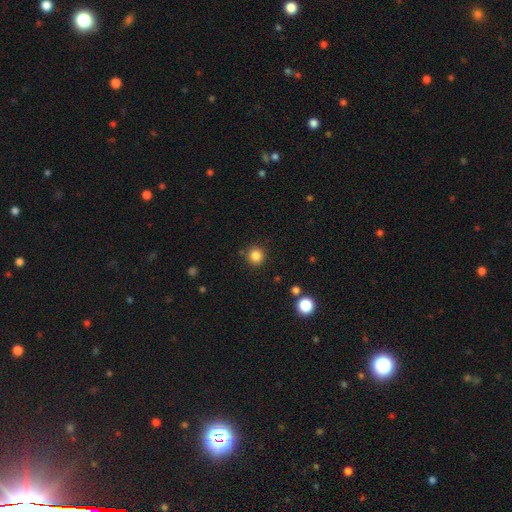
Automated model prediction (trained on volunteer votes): Morphology: type=smooth (84%); roundness=round (92%); merging=none (87%).